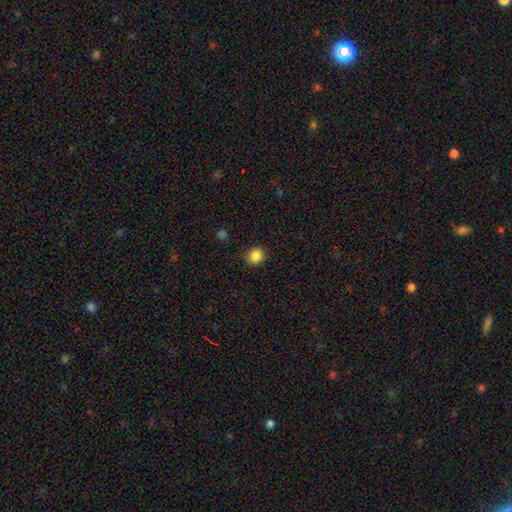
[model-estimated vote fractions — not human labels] A smooth galaxy with no disk features (87%) that is round (84%). Merging: none (85%).